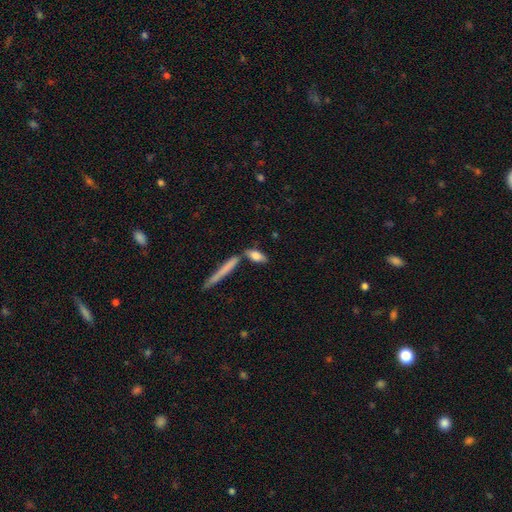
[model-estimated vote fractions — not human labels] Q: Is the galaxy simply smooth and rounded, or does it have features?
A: smooth — 76%.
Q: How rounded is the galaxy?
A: in between — 60%.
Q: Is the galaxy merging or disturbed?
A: none — 66%.